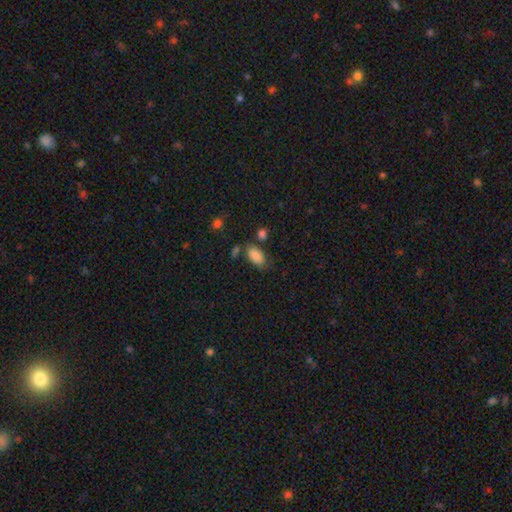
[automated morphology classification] This is clearly a smooth galaxy (84%). How rounded: clearly in between (92%). Merging: possibly none (60%).